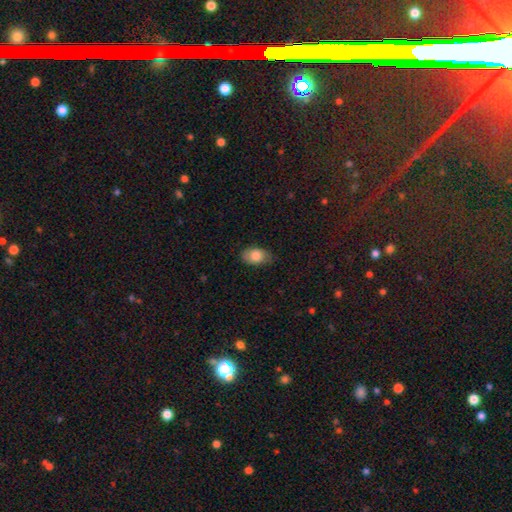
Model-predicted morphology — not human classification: smooth-or-featured: smooth: 81% | featured or disk: 12% | star or artifact: 7%
  how-rounded: in between: 87% | round: 12% | cigar-shaped: 1%
  merging: none: 78% | minor disturbance: 17% | major disturbance: 3% | merger: 1%